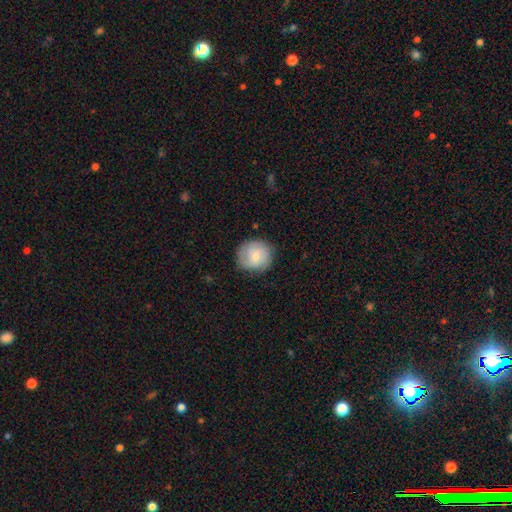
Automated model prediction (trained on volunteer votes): smooth 69%, featured or disk 24%, star or artifact 7%. Down the decision tree: how rounded — round (90%); merging — none (80%).